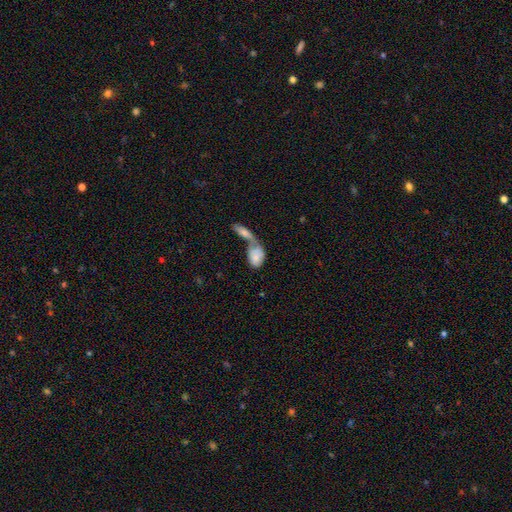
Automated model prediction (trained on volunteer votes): smooth-or-featured: smooth: 74% | featured or disk: 20% | star or artifact: 6%
  how-rounded: in between: 85% | round: 11% | cigar-shaped: 4%
  merging: merger: 70% | none: 15% | minor disturbance: 8% | major disturbance: 7%